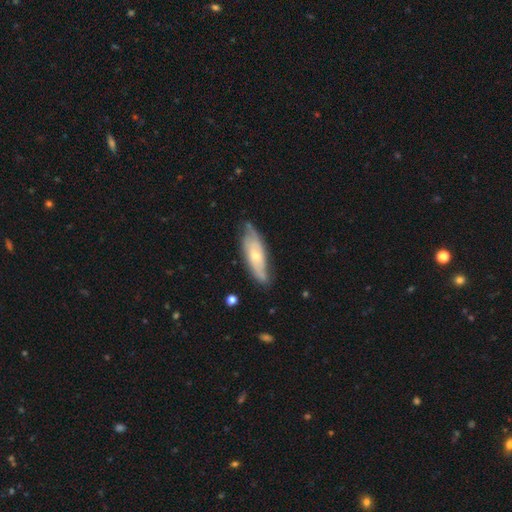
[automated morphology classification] Q: Smooth or featured?
A: featured or disk (65%); runner-up: smooth (30%)
Q: Edge-on disk?
A: no (77%); runner-up: yes (23%)
Q: Merging?
A: none (68%); runner-up: minor disturbance (24%)